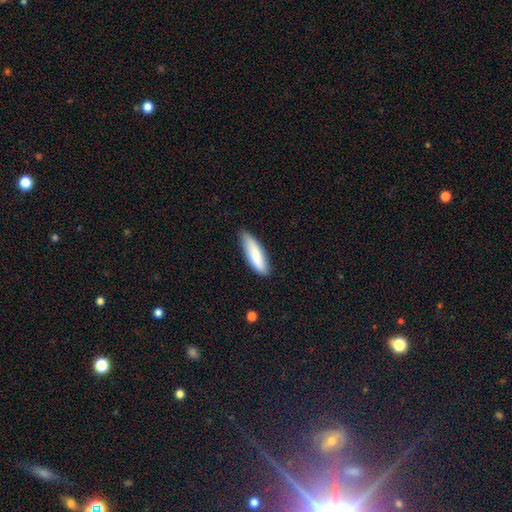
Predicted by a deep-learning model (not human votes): smooth_or_featured: smooth (p=0.77) [alt: featured or disk p=0.18]
how_rounded: cigar-shaped (p=0.56) [alt: in between p=0.42]
merging: none (p=0.76) [alt: minor disturbance p=0.20]